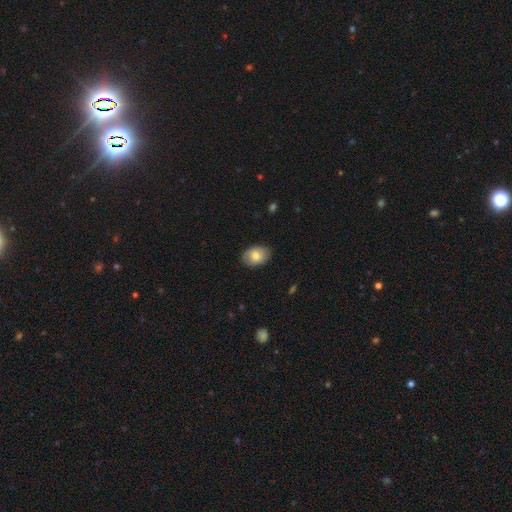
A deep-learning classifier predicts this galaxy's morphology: smooth-or-featured: smooth: 74% | featured or disk: 19% | star or artifact: 7%
  how-rounded: in between: 81% | round: 18% | cigar-shaped: 1%
  merging: none: 83% | minor disturbance: 13% | major disturbance: 2% | merger: 1%